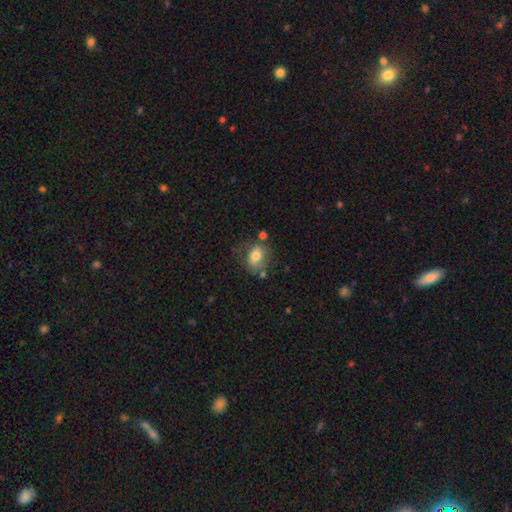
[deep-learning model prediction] A smooth galaxy with no disk features (74%) that is in between round and cigar-shaped (68%).

Vote fractions:
- Smooth or featured? smooth: 74% / featured or disk: 17% / star or artifact: 9%
- How rounded? in between: 68% / round: 31% / cigar-shaped: 1%
- Merging? none: 55% / minor disturbance: 24% / major disturbance: 11% / merger: 10%